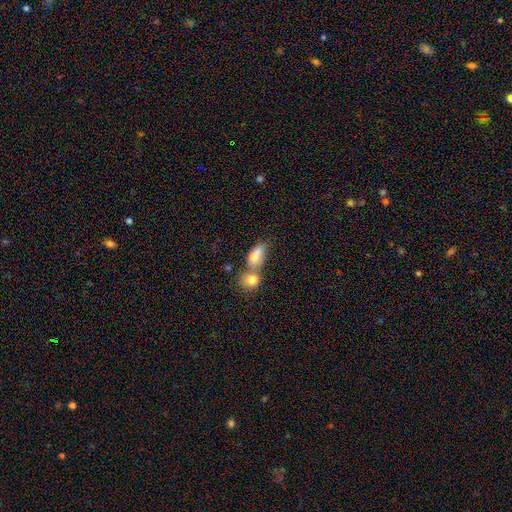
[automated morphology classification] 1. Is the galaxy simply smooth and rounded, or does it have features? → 76% smooth, 14% featured or disk, 9% star or artifact.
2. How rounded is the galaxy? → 76% in between, 18% round, 6% cigar-shaped.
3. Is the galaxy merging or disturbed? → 61% merger, 22% none, 10% minor disturbance, 7% major disturbance.